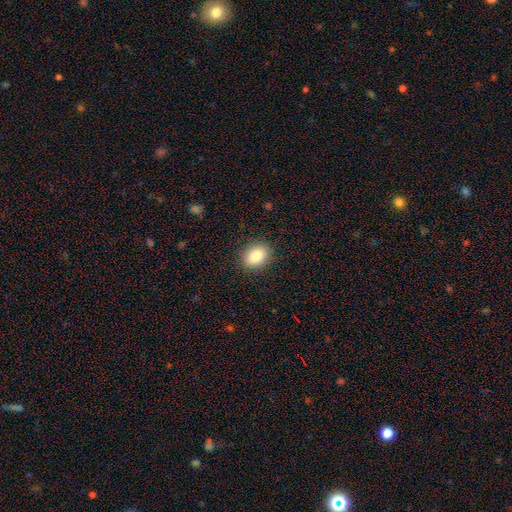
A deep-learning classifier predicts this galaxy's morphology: A smooth galaxy with no disk features (84%) that is in between round and cigar-shaped (60%). Merging: none (89%).